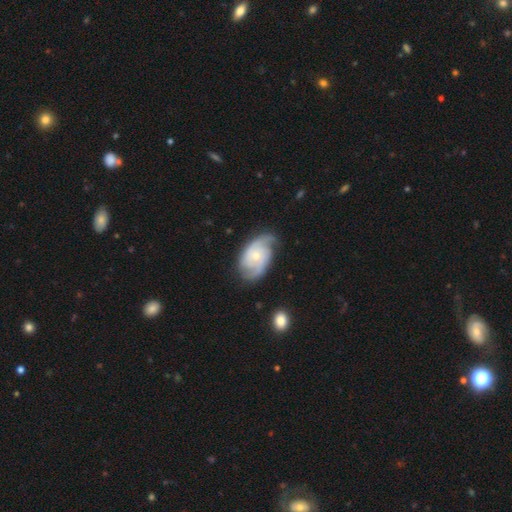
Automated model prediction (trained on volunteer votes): A featured or disk galaxy (82%) with no bar (68%), 2 (59%) medium (46%) spiral arms (96%) and a small central bulge (64%). Merging: none (67%).